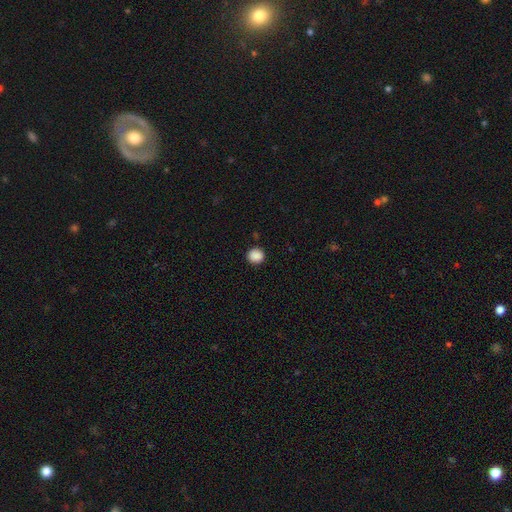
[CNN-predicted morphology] Overall: smooth (88%). How rounded: round (91%). Merging: none (91%).